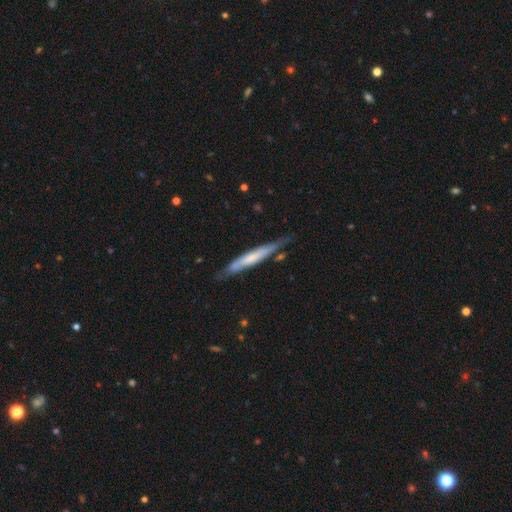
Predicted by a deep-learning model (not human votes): smooth_or_featured: featured or disk (p=0.58) [alt: smooth p=0.36]
disk_edge_on: yes (p=0.89) [alt: no p=0.11]
edge_on_bulge: none (p=0.59) [alt: rounded p=0.26]
merging: none (p=0.74) [alt: minor disturbance p=0.20]